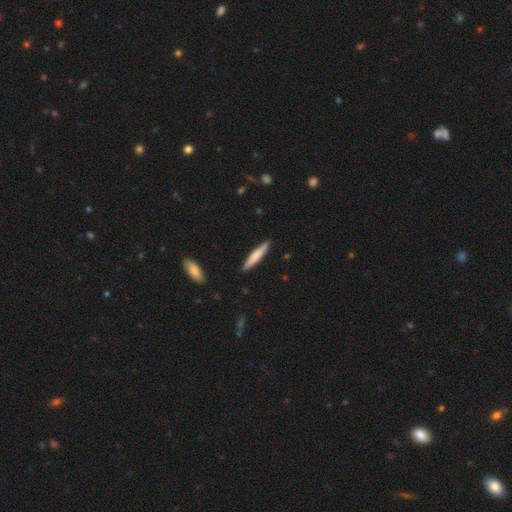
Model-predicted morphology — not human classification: Smooth or featured? smooth (67%)
How rounded? cigar-shaped (92%)
Merging? none (90%)